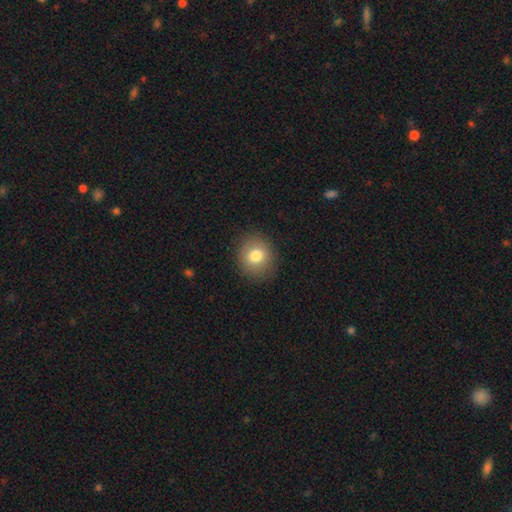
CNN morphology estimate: Smooth or featured: smooth — 80% (featured or disk — 11%)
How rounded: round — 79% (in between — 20%)
Merging: none — 89% (minor disturbance — 8%)